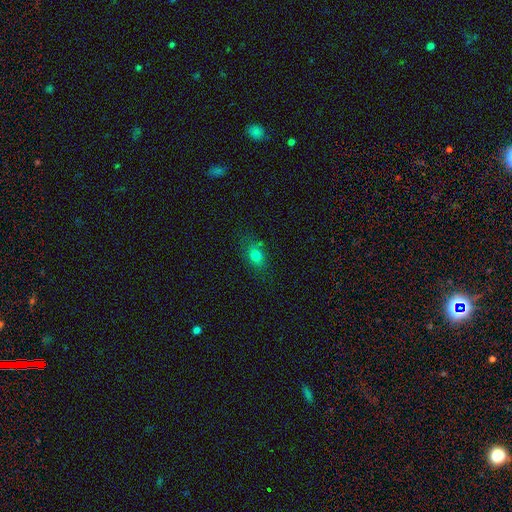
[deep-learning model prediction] Overall: smooth (76%). How rounded: in between (66%; round 30%). Merging: none (73%).